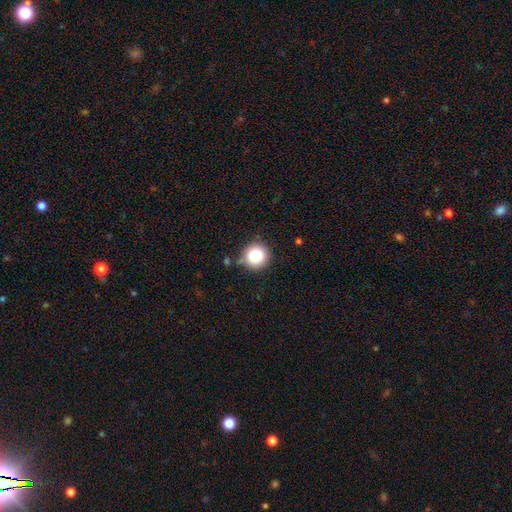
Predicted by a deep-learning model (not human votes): Overall: smooth (86%). How rounded: round (94%). Merging: none (80%).